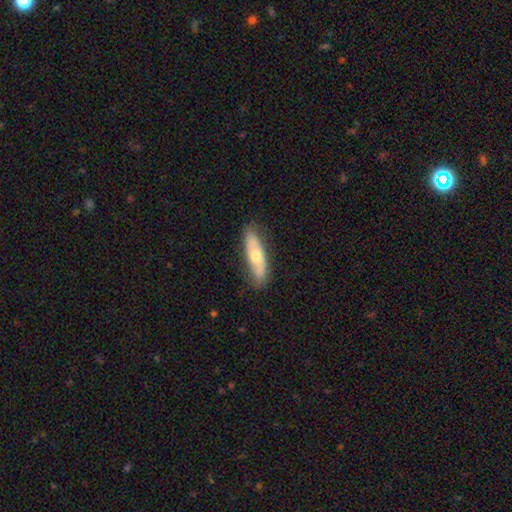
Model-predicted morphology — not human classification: A smooth galaxy with no disk features (53%) that is cigar-shaped (49%, tied with in between). Merging: none (79%).